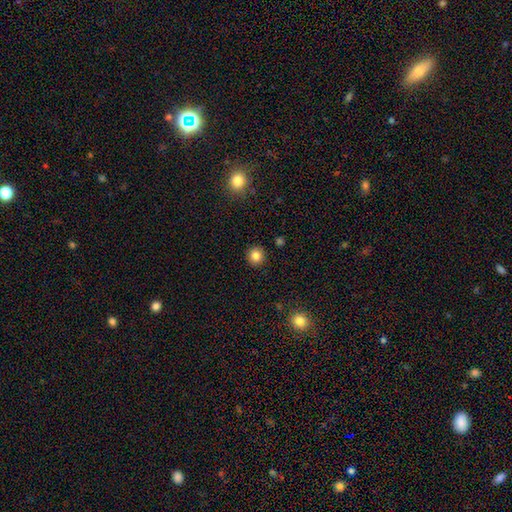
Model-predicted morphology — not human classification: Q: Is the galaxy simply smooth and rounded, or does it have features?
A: smooth — 83%.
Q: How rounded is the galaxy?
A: round — 93%.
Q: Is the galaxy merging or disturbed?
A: none — 92%.